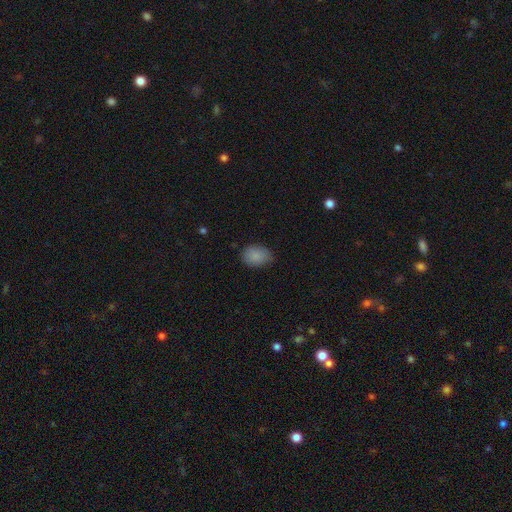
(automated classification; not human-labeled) This is clearly a smooth galaxy (86%). How rounded: likely in between (77%). Merging: likely none (74%).